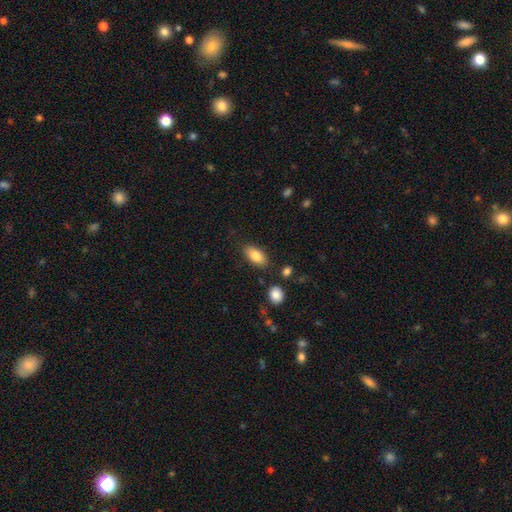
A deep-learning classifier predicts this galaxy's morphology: type=smooth (83%); roundness=in between (91%); merging=none (82%).